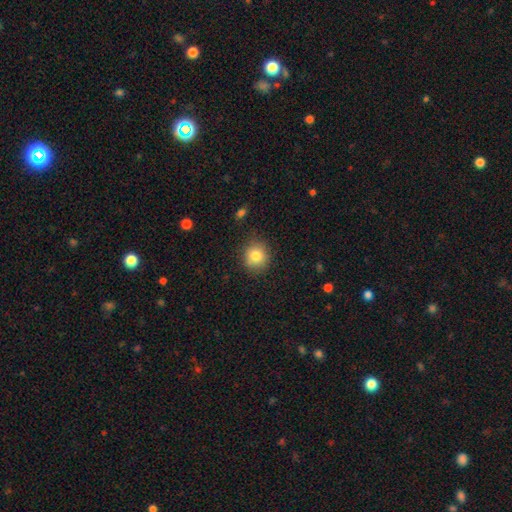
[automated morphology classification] smooth 82%, star or artifact 10%, featured or disk 8%. Down the decision tree: how rounded — round (85%); merging — none (84%).